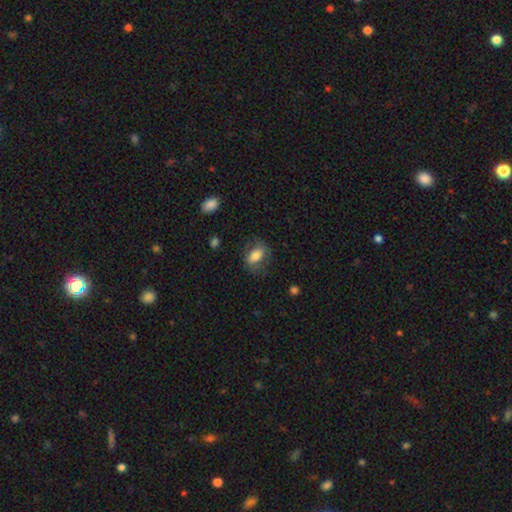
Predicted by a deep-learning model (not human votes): smooth 68%, featured or disk 25%, star or artifact 8%. Down the decision tree: how rounded — in between (80%); merging — none (71%).